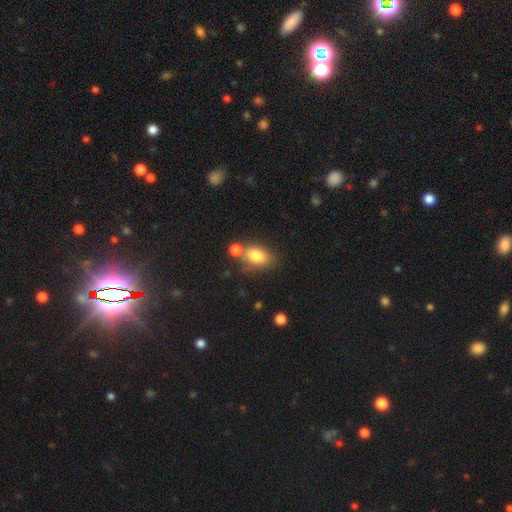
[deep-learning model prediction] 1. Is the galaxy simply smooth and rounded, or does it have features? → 81% smooth, 10% featured or disk, 9% star or artifact.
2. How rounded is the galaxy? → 82% in between, 16% round, 2% cigar-shaped.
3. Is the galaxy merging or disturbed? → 53% none, 26% merger, 15% minor disturbance, 6% major disturbance.